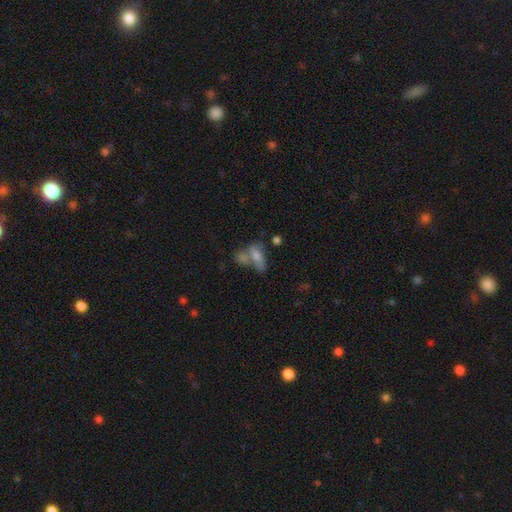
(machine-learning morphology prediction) Smooth or featured?
  - smooth: 58% *
  - featured or disk: 27%
  - star or artifact: 15%
How rounded?
  - in between: 76% *
  - cigar-shaped: 15%
  - round: 10%
Merging?
  - merger: 46% *
  - none: 32%
  - minor disturbance: 13%
  - major disturbance: 9%